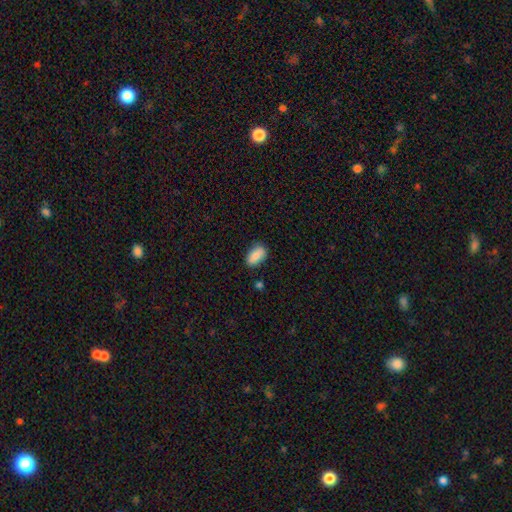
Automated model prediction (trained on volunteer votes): A smooth galaxy with no disk features (87%) that is in between round and cigar-shaped (93%). Merging: none (80%).